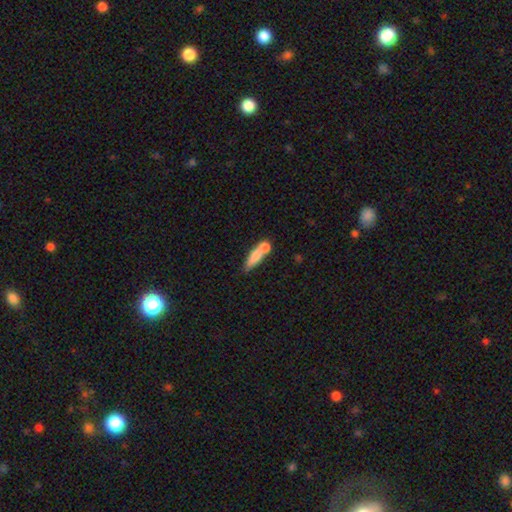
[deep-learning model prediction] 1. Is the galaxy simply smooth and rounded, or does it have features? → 66% smooth, 26% featured or disk, 8% star or artifact.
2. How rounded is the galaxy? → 55% cigar-shaped, 38% in between, 7% round.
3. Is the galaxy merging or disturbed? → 50% merger, 32% none, 12% minor disturbance, 6% major disturbance.